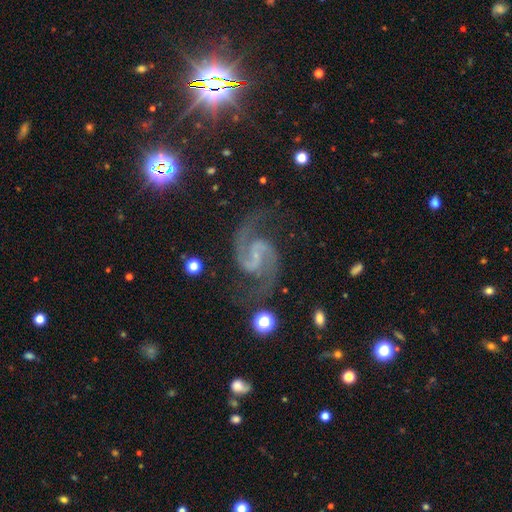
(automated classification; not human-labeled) A featured or disk galaxy (92%) with a weak bar (49%), 2 (94%) medium (63%) spiral arms (98%) and a small central bulge (58%).

Vote fractions:
- Smooth or featured? featured or disk: 92% / star or artifact: 5% / smooth: 3%
- Edge-on disk? no: 98% / yes: 2%
- Bar? weak: 49% / no: 27% / strong: 23%
- Spiral arms? yes: 98% / no: 2%
- Spiral winding? medium: 63% / loose: 25% / tight: 12%
- Spiral arm count? 2: 94% / can't tell: 1% / 3: 1% / 1: 1% / 4: 1% / more than 4: 1%
- Bulge size? small: 58% / none: 32% / moderate: 8% / large: 1% / dominant: 1%
- Merging? none: 78% / minor disturbance: 14% / major disturbance: 6% / merger: 2%